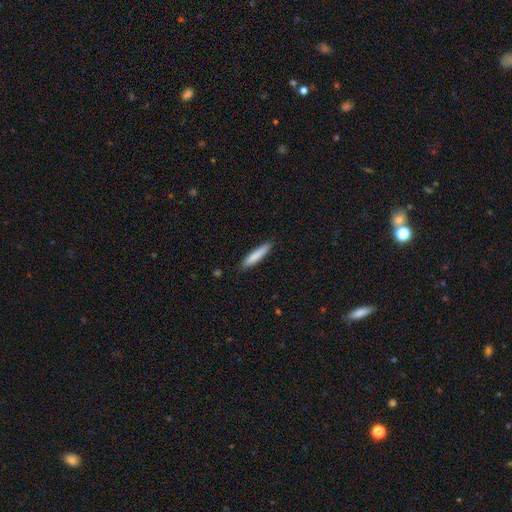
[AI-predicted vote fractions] A smooth galaxy with no disk features (83%) that is cigar-shaped (89%). Merging: none (88%).